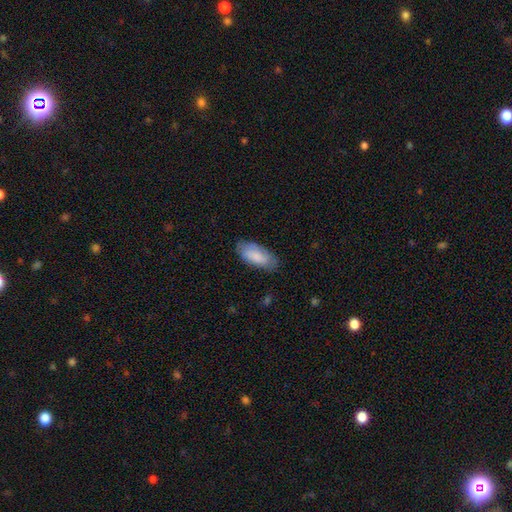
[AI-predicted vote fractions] smooth_or_featured: smooth (p=0.81) [alt: featured or disk p=0.14]
how_rounded: in between (p=0.89) [alt: cigar-shaped p=0.09]
merging: none (p=0.75) [alt: minor disturbance p=0.20]